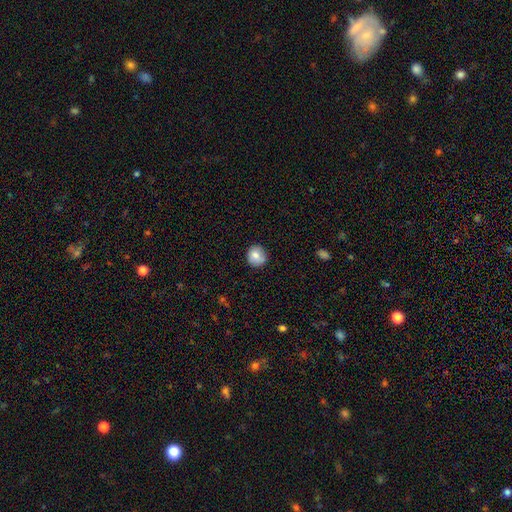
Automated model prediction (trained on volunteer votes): Q: Smooth or featured?
A: smooth (80%); runner-up: featured or disk (12%)
Q: How rounded?
A: round (89%); runner-up: in between (10%)
Q: Merging?
A: none (85%); runner-up: minor disturbance (11%)